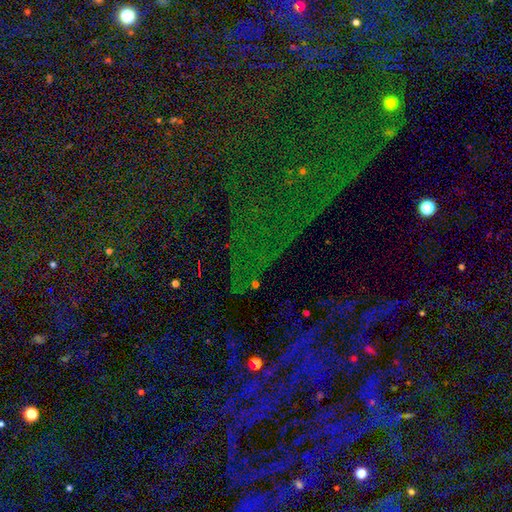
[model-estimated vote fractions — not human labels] Smooth or featured? star or artifact (81%)